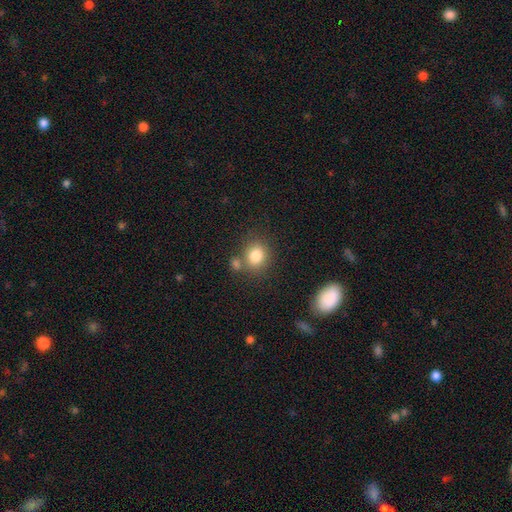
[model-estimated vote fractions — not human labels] Smooth or featured? Predicted: smooth (p=0.82). How rounded? Predicted: round (p=0.62). Merging? Predicted: none (p=0.65).